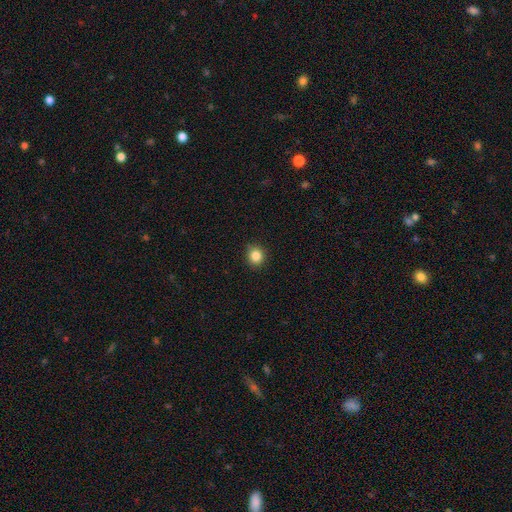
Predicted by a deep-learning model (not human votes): Smooth or featured?
  - smooth: 85% *
  - star or artifact: 10%
  - featured or disk: 4%
How rounded?
  - round: 84% *
  - in between: 15%
  - cigar-shaped: 1%
Merging?
  - none: 88% *
  - minor disturbance: 9%
  - major disturbance: 2%
  - merger: 1%